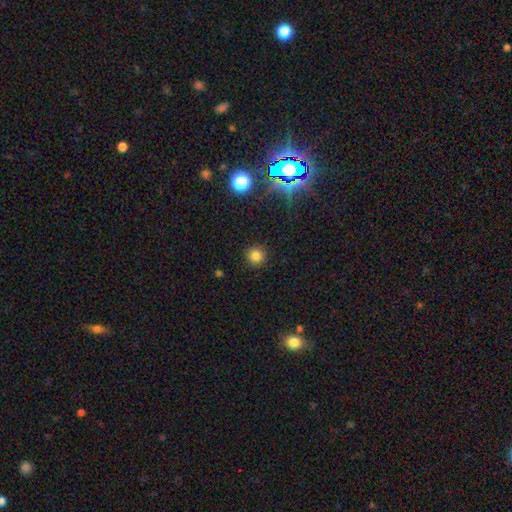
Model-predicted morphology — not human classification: Q: Smooth or featured?
A: smooth (80%); runner-up: star or artifact (15%)
Q: How rounded?
A: round (94%); runner-up: in between (5%)
Q: Merging?
A: none (90%); runner-up: minor disturbance (6%)